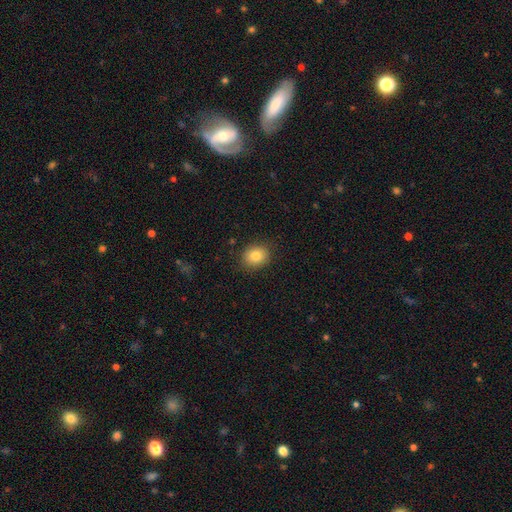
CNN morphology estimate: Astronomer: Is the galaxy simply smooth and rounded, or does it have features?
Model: smooth — 83%.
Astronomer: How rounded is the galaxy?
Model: round — 58% (runner-up: in between, 41%).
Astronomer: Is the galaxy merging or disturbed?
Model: none — 86%.